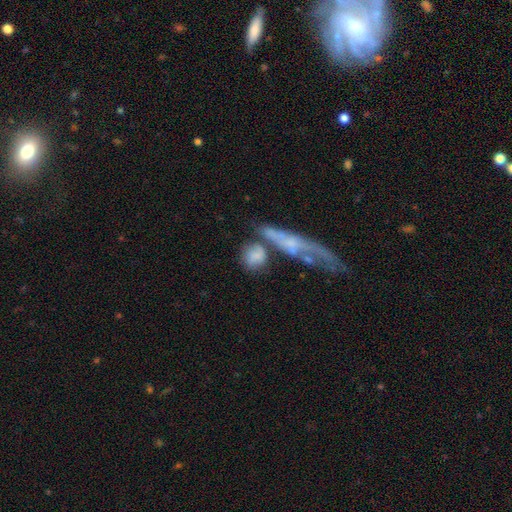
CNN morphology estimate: Smooth or featured? Predicted: smooth (p=0.70). How rounded? Predicted: round (p=0.60). Merging? Predicted: none (p=0.42).